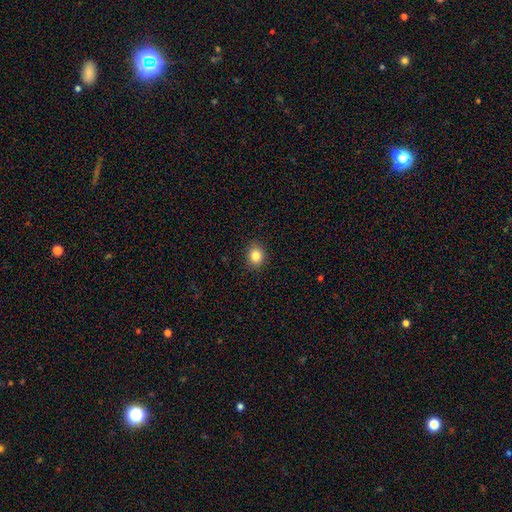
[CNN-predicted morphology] The model was most divided on "how rounded": round: 63%, in between: 37%, cigar-shaped: 1%. More confident: merging — none (90%); smooth or featured — smooth (84%).